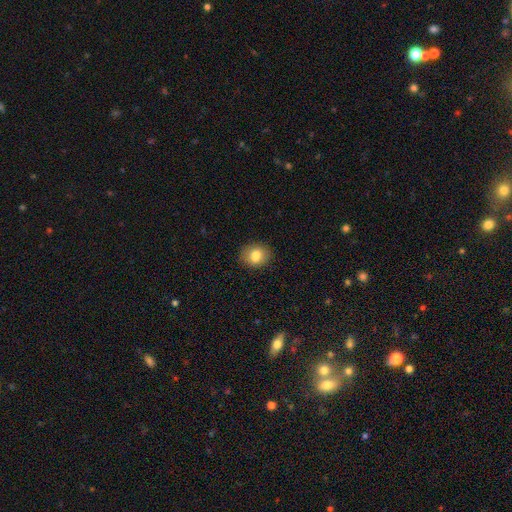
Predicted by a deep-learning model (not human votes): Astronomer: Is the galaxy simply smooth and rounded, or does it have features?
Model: smooth — 81%.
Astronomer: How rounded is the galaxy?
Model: round — 57% (runner-up: in between, 42%).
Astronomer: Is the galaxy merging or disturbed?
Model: none — 89%.